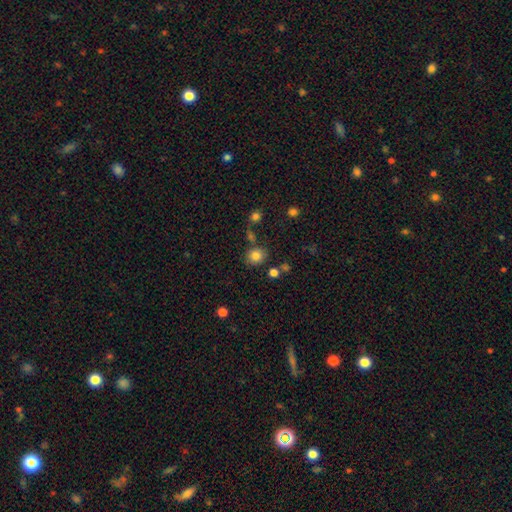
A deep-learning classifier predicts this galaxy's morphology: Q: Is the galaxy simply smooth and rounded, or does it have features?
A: smooth — 82%.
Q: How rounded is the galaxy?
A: round — 73%.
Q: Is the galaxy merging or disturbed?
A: none — 77%.